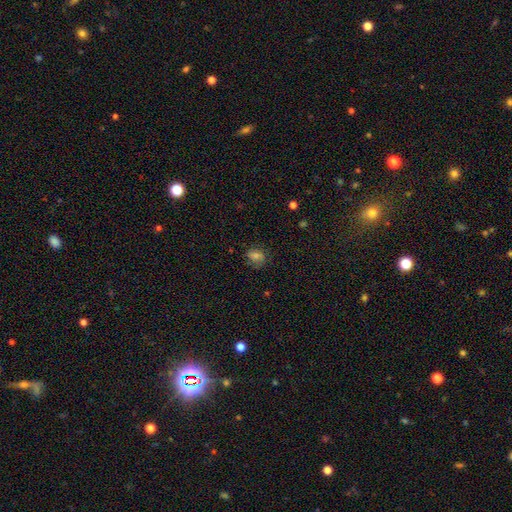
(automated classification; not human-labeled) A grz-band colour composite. It shows a smooth galaxy with no disk features (65%) that is in between round and cigar-shaped (57%). Merging: none (72%).